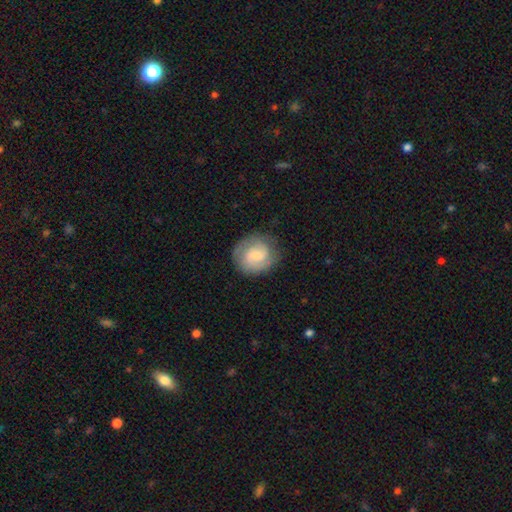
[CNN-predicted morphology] The model was most divided on "bar": weak: 47%, no: 44%, strong: 8%. More confident: edge-on disk — no (98%); spiral arms — yes (87%); merging — none (78%); smooth or featured — featured or disk (54%); bulge size — small (53%).